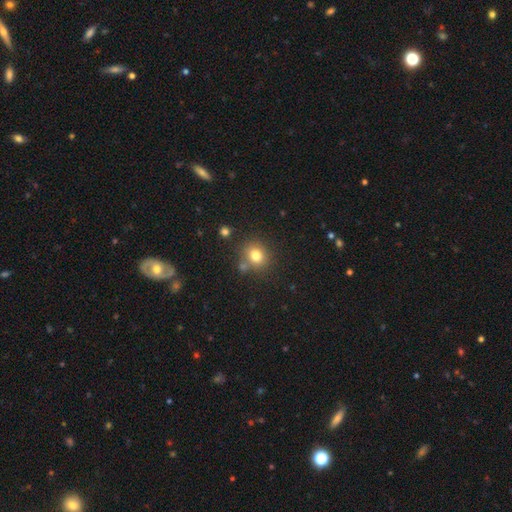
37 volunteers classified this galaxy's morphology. type=smooth (95%); roundness=round (74%); merging=none (77%).